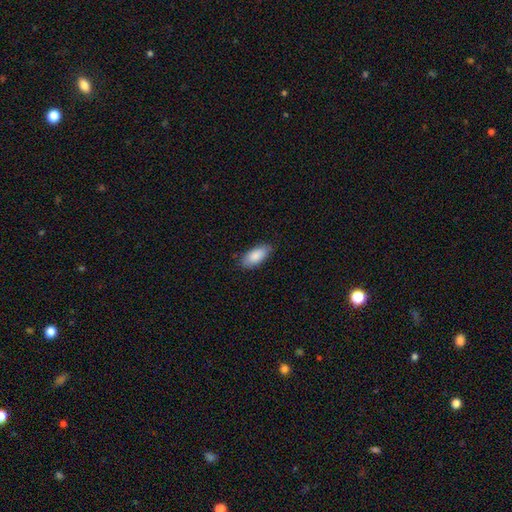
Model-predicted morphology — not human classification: type=smooth (87%); roundness=in between (90%); merging=none (80%).